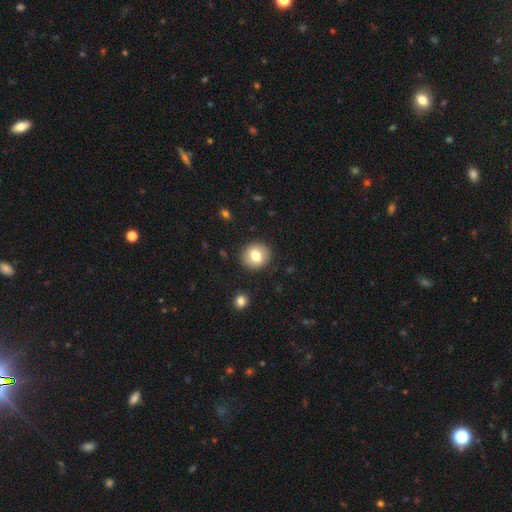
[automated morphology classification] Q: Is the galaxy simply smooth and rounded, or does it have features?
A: smooth — 76%.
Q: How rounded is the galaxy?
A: round — 80%.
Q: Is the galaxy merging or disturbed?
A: none — 89%.